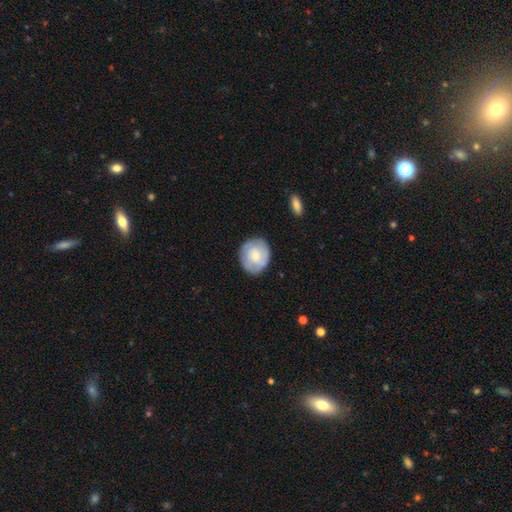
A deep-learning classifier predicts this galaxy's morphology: This appears to be a smooth galaxy with no disk features (54%) that is round (78%). Merging: none (79%).